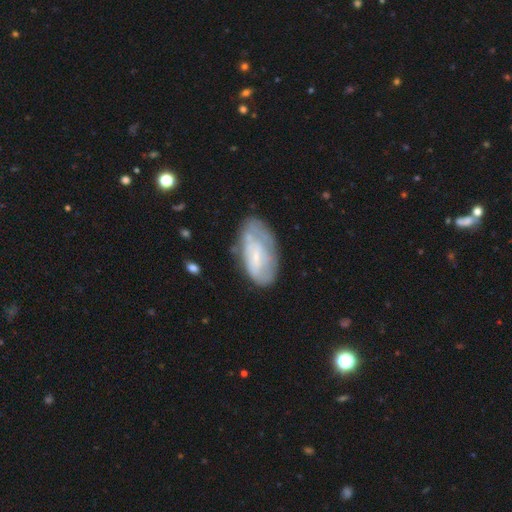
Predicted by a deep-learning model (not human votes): Q: Smooth or featured?
A: featured or disk (51%); runner-up: smooth (41%)
Q: Edge-on disk?
A: no (92%); runner-up: yes (8%)
Q: Merging?
A: none (59%); runner-up: minor disturbance (26%)